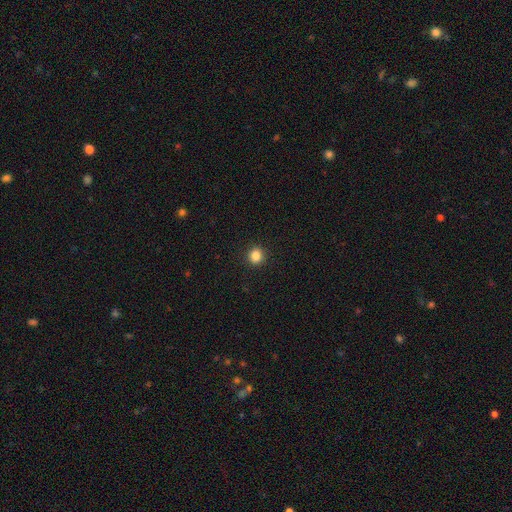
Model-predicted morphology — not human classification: A smooth galaxy with no disk features (85%) that is round (91%). Merging: none (92%).